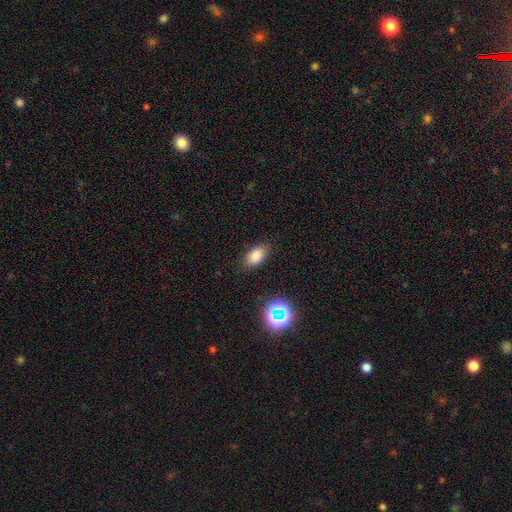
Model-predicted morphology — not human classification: Smooth or featured? smooth (80%)
How rounded? in between (90%)
Merging? none (84%)